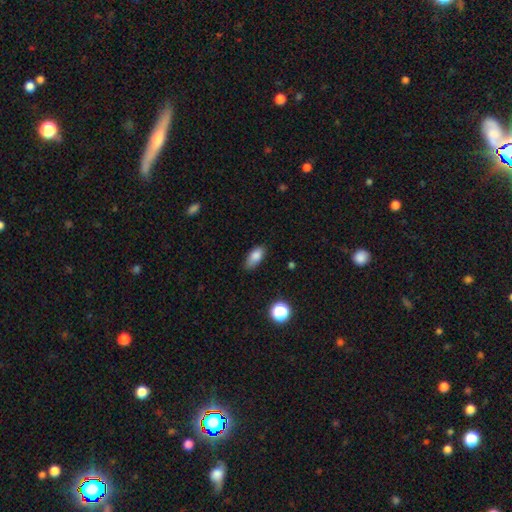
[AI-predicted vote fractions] This appears to be a smooth galaxy with no disk features (84%) that is in between round and cigar-shaped (87%). Merging: none (75%).